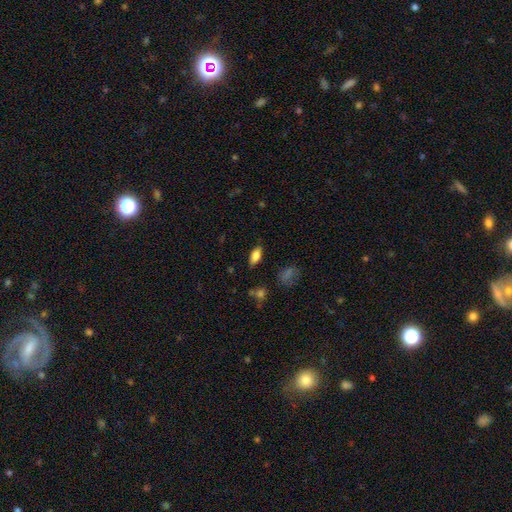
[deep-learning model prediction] The model was most divided on "smooth or featured": smooth: 81%, featured or disk: 11%, star or artifact: 8%. More confident: how rounded — in between (87%); merging — none (85%).